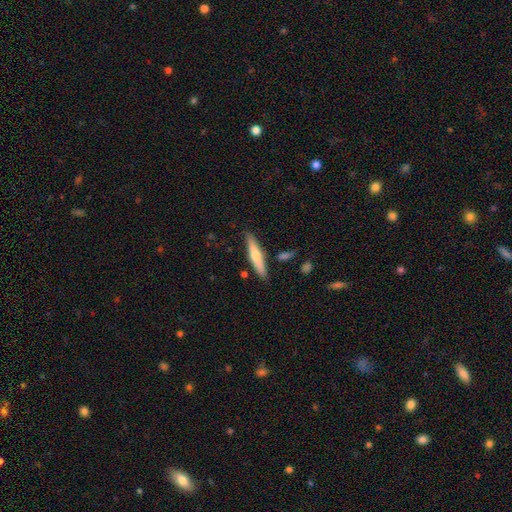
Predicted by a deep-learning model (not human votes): Q: Smooth or featured?
A: smooth (54%); runner-up: featured or disk (40%)
Q: How rounded?
A: cigar-shaped (85%); runner-up: in between (13%)
Q: Merging?
A: none (84%); runner-up: minor disturbance (10%)